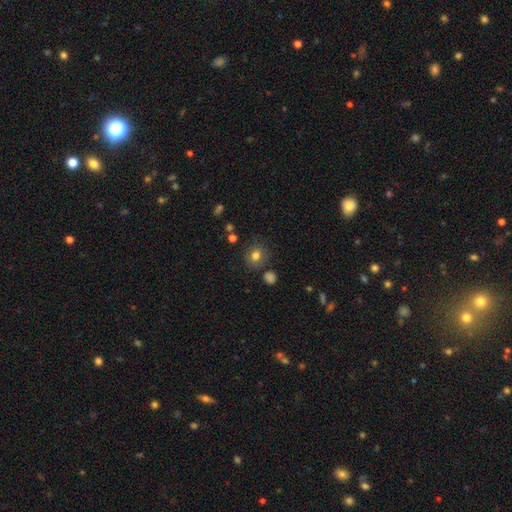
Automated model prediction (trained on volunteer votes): Smooth or featured? Predicted: smooth (p=0.79). How rounded? Predicted: round (p=0.79). Merging? Predicted: none (p=0.80).